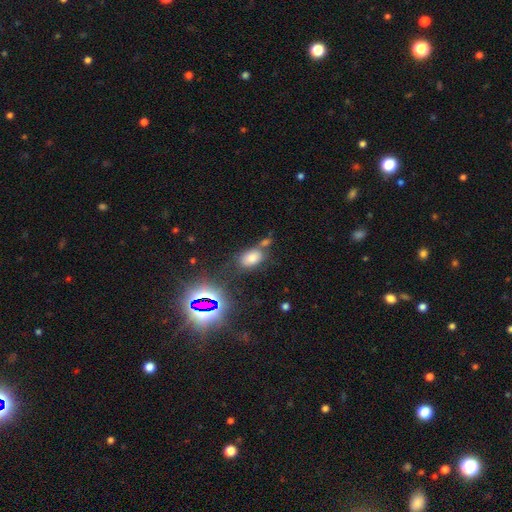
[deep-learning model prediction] smooth 70%, star or artifact 19%, featured or disk 11%. Down the decision tree: how rounded — in between (88%); merging — none (61%).